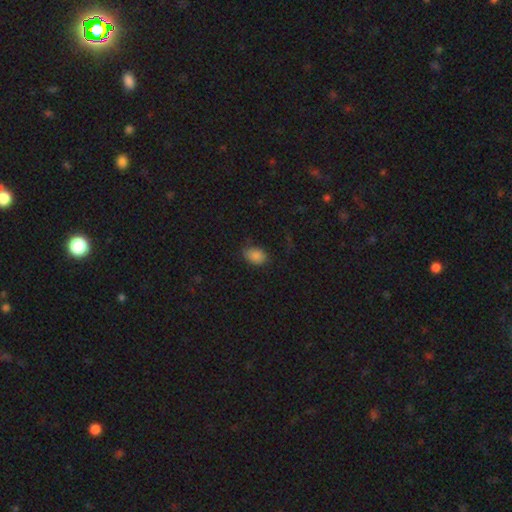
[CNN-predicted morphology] smooth_or_featured: smooth (p=0.84) [alt: star or artifact p=0.10]
how_rounded: in between (p=0.76) [alt: round p=0.22]
merging: none (p=0.66) [alt: minor disturbance p=0.26]